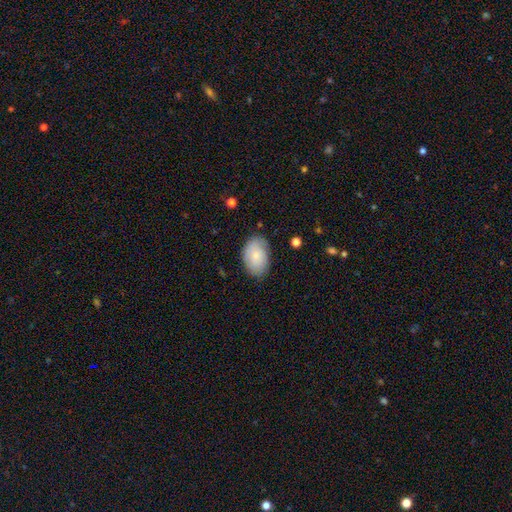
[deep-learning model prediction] smooth_or_featured: smooth (p=0.73) [alt: featured or disk p=0.20]
how_rounded: in between (p=0.88) [alt: round p=0.11]
merging: none (p=0.75) [alt: minor disturbance p=0.20]